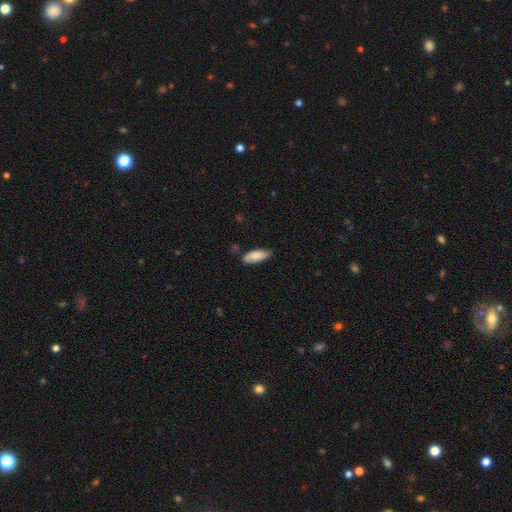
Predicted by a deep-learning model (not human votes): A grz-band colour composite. It shows a smooth galaxy with no disk features (82%) that is in between round and cigar-shaped (76%). Merging: none (70%).